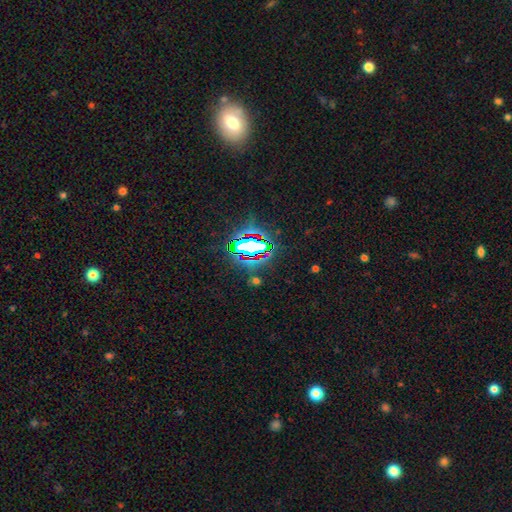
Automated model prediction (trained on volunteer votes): This is likely a star or artifact rather than a galaxy (77%).